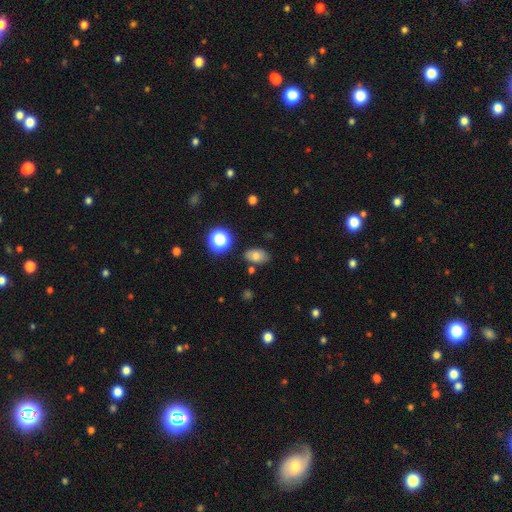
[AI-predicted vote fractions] A smooth galaxy with no disk features (73%) that is in between round and cigar-shaped (87%). Merging: none (79%).